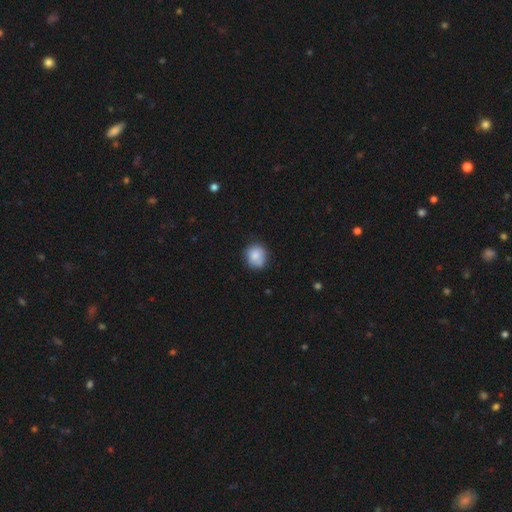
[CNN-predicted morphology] Smooth or featured? Predicted: smooth (p=0.83). How rounded? Predicted: round (p=0.83). Merging? Predicted: none (p=0.74).